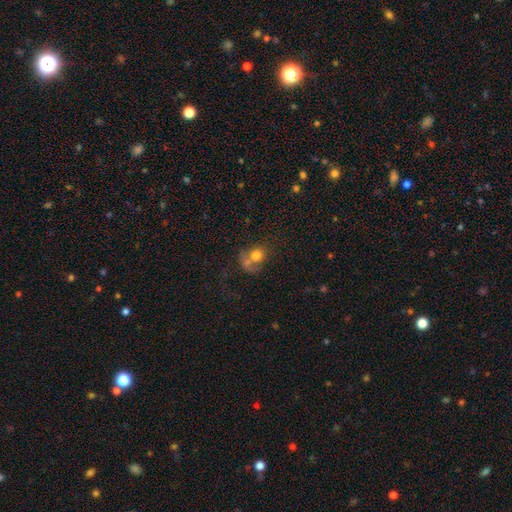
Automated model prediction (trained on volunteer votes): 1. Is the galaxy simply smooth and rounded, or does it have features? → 68% smooth, 19% featured or disk, 13% star or artifact.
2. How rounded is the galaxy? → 67% round, 32% in between, 1% cigar-shaped.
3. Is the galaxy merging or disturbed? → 47% merger, 27% none, 15% major disturbance, 11% minor disturbance.